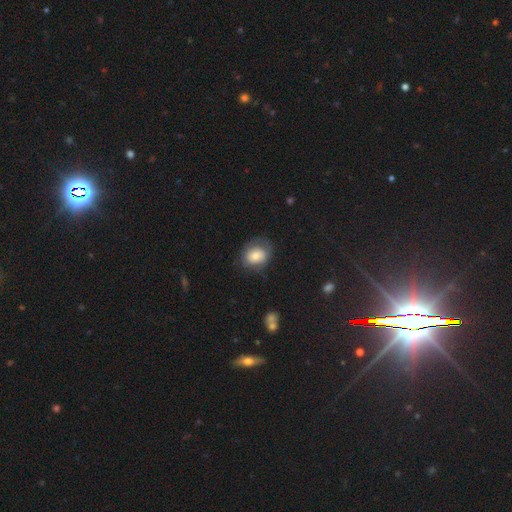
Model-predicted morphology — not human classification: This is likely a smooth galaxy (71%). How rounded: possibly in between (50%). Merging: likely none (62%).